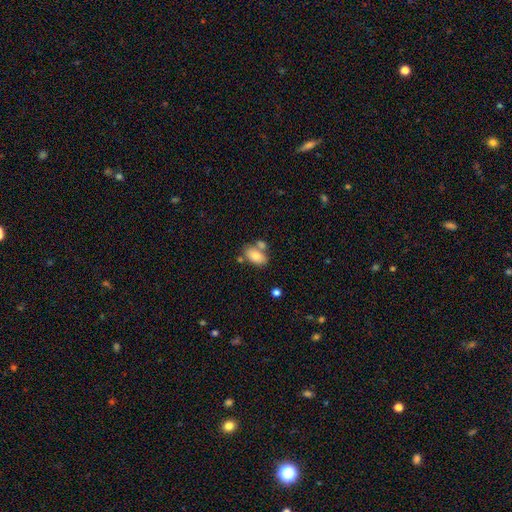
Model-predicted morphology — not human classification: smooth_or_featured: smooth (p=0.79) [alt: featured or disk p=0.14]
how_rounded: in between (p=0.91) [alt: round p=0.07]
merging: none (p=0.55) [alt: merger p=0.27]